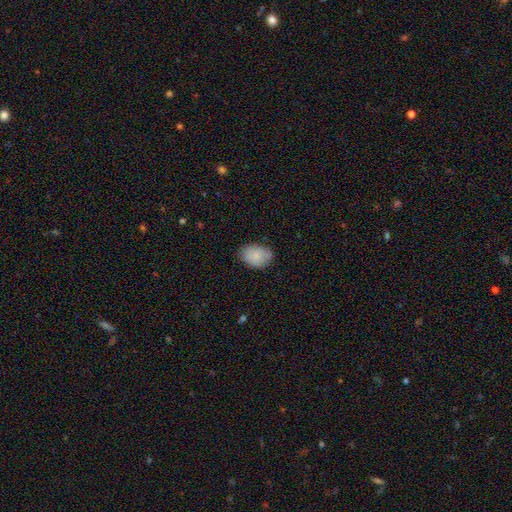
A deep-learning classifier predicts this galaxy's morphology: A smooth galaxy with no disk features (84%) that is in between round and cigar-shaped (78%). Merging: none (76%).